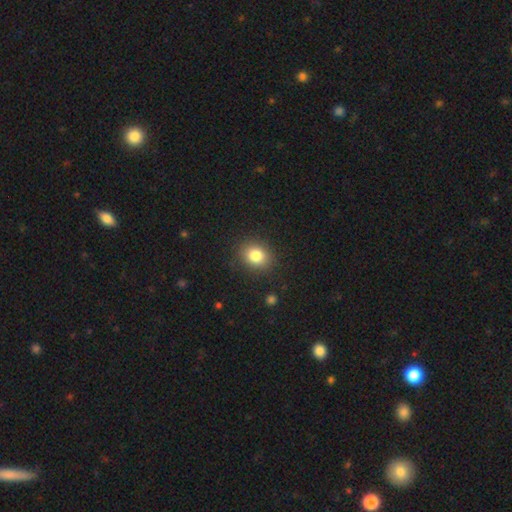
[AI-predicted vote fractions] Morphology: type=smooth (83%); roundness=round (57%); merging=none (87%).